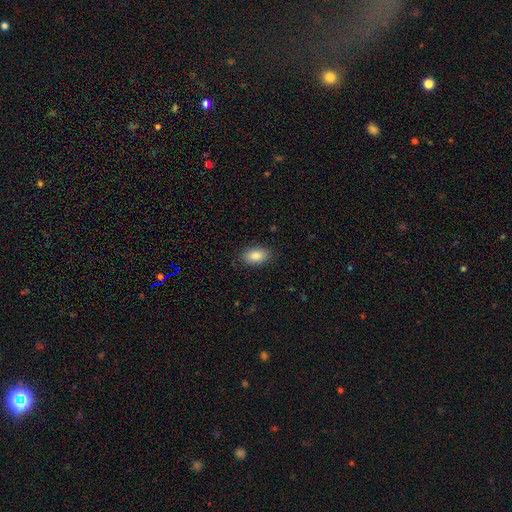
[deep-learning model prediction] smooth 87%, star or artifact 7%, featured or disk 6%. Down the decision tree: how rounded — in between (92%); merging — none (85%).